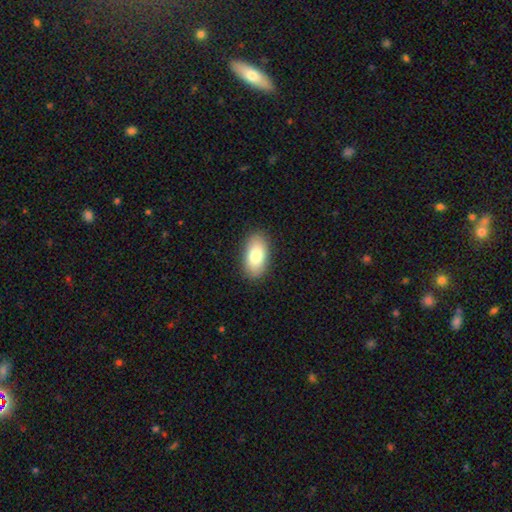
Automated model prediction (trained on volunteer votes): Smooth or featured? Predicted: smooth (p=0.80). How rounded? Predicted: in between (p=0.93). Merging? Predicted: none (p=0.89).